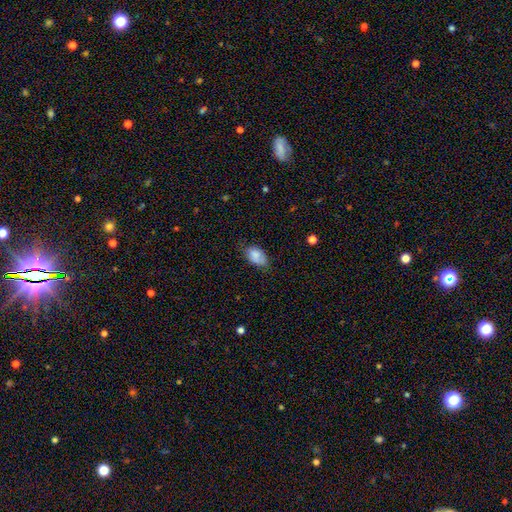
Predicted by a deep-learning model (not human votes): The model was most divided on "merging": none: 61%, minor disturbance: 30%, major disturbance: 7%, merger: 2%. More confident: how rounded — in between (92%); smooth or featured — smooth (81%).